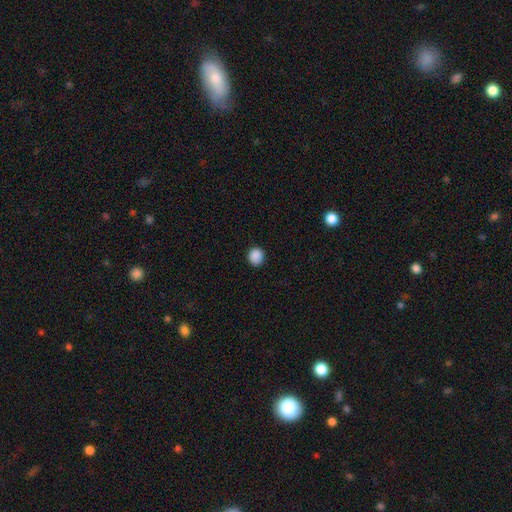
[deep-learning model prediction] smooth 88%, star or artifact 9%, featured or disk 2%. Down the decision tree: how rounded — round (85%); merging — none (89%).